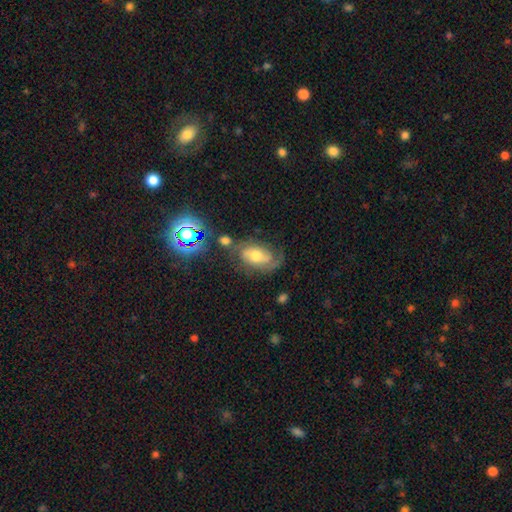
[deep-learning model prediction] smooth_or_featured: featured or disk (p=0.59) [alt: smooth p=0.25]
disk_edge_on: no (p=0.94) [alt: yes p=0.06]
bar: no (p=0.58) [alt: weak p=0.31]
has_spiral_arms: yes (p=0.85) [alt: no p=0.15]
bulge_size: moderate (p=0.69) [alt: small p=0.17]
merging: none (p=0.57) [alt: minor disturbance p=0.22]